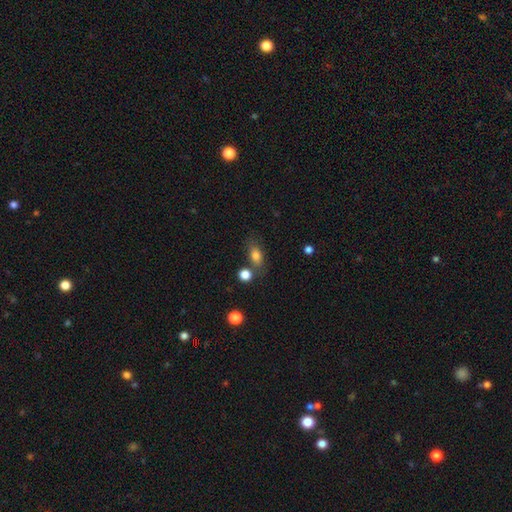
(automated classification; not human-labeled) Overall: smooth (79%). How rounded: in between (79%). Merging: none (68%).